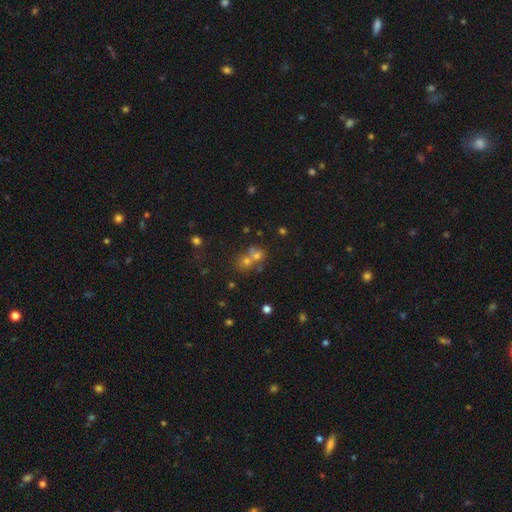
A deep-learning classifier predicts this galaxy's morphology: smooth 52%, star or artifact 30%, featured or disk 19%. Down the decision tree: how rounded — round (75%); merging — merger (51%).